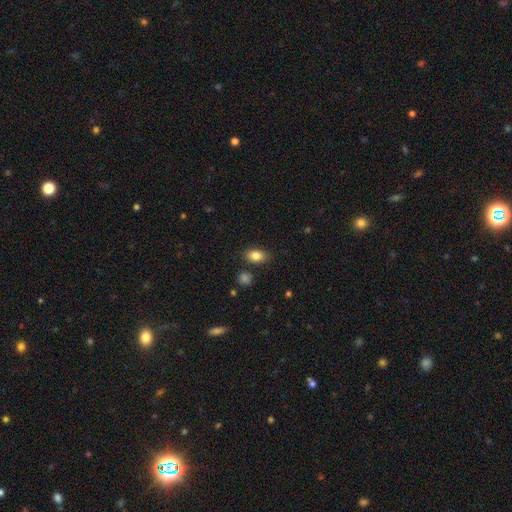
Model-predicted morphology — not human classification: Smooth or featured? smooth (84%)
How rounded? in between (84%)
Merging? none (83%)